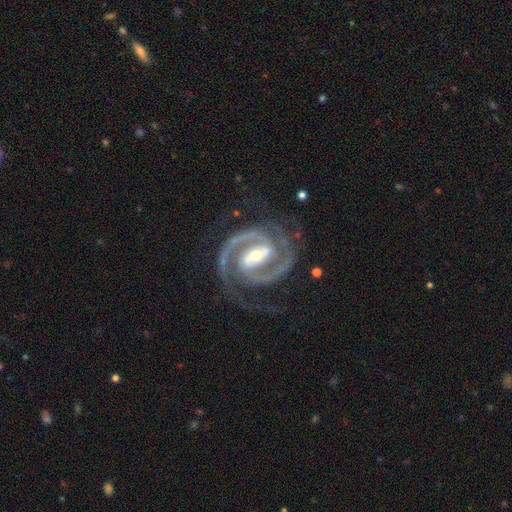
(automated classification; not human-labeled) smooth-or-featured: featured or disk: 94% | star or artifact: 4% | smooth: 2%
  disk-edge-on: no: 98% | yes: 2%
    bar: strong: 60% | weak: 29% | no: 11%
    has-spiral-arms: yes: 99% | no: 1%
      spiral-winding: medium: 50% | tight: 44% | loose: 6%
      spiral-arm-count: 2: 92% | 3: 3% | can't tell: 1% | 1: 1% | 4: 1% | more than 4: 1%
    bulge-size: moderate: 57% | small: 37% | large: 5% | none: 1% | dominant: 1%
  merging: none: 76% | minor disturbance: 14% | major disturbance: 8% | merger: 2%